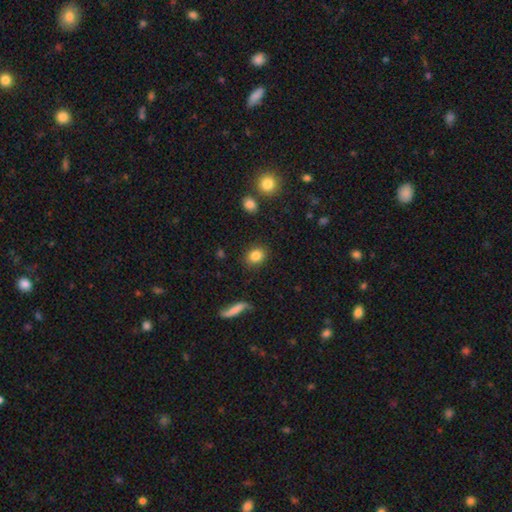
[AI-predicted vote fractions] Smooth or featured? Predicted: smooth (p=0.84). How rounded? Predicted: round (p=0.53). Merging? Predicted: none (p=0.86).